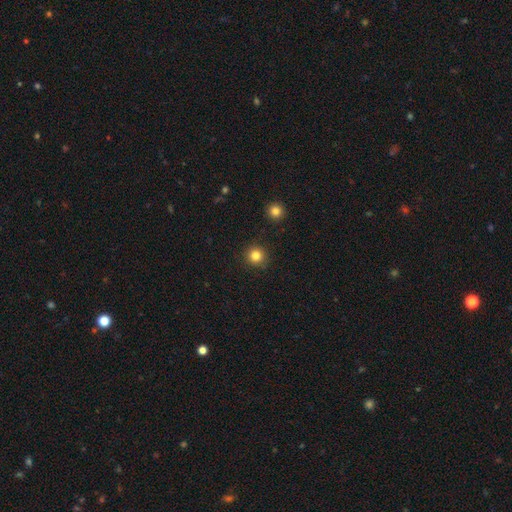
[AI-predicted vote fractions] A smooth galaxy with no disk features (83%) that is round (94%).

Vote fractions:
- Smooth or featured? smooth: 83% / star or artifact: 12% / featured or disk: 5%
- How rounded? round: 94% / in between: 5% / cigar-shaped: 1%
- Merging? none: 91% / minor disturbance: 5% / major disturbance: 2% / merger: 1%